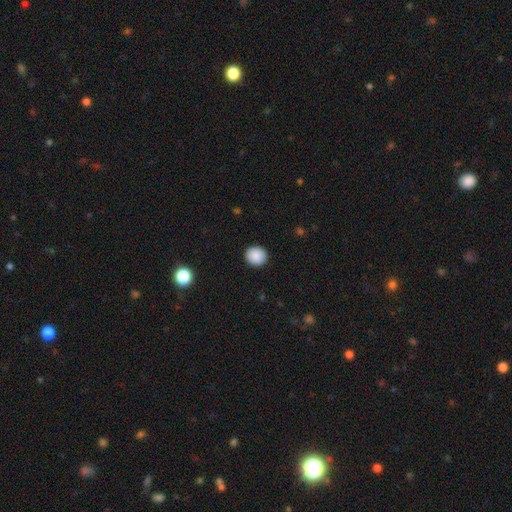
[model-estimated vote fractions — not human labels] A smooth galaxy with no disk features (88%) that is round (86%).

Vote fractions:
- Smooth or featured? smooth: 88% / star or artifact: 8% / featured or disk: 4%
- How rounded? round: 86% / in between: 13% / cigar-shaped: 1%
- Merging? none: 91% / minor disturbance: 6% / major disturbance: 2% / merger: 1%